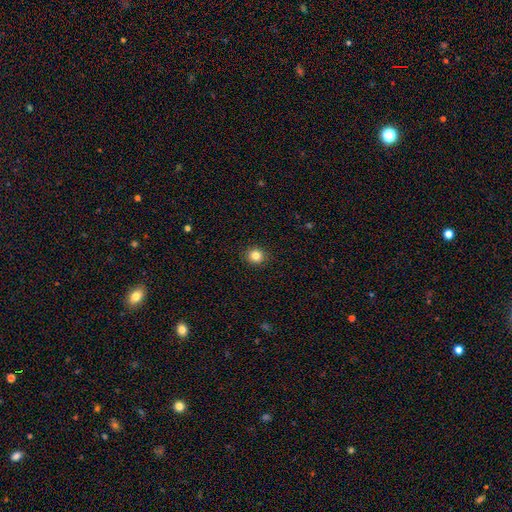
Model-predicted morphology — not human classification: smooth 83%, star or artifact 11%, featured or disk 6%. Down the decision tree: how rounded — round (89%); merging — none (92%).